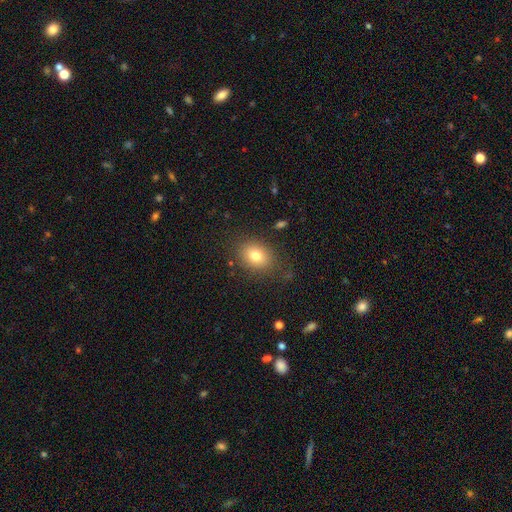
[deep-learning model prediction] Overall: smooth (78%). How rounded: in between (57%; round 42%). Merging: none (79%).